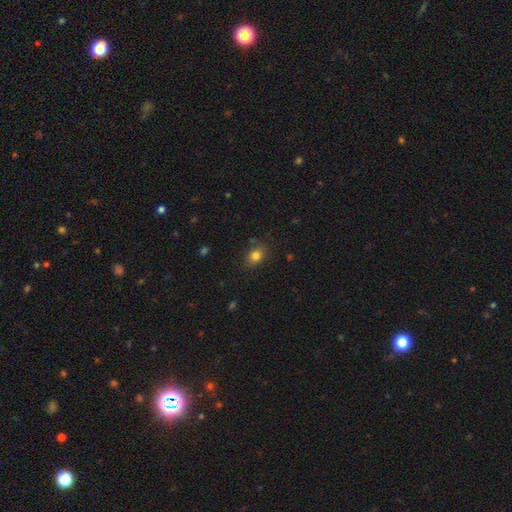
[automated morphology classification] Smooth or featured: smooth — 82% (star or artifact — 12%)
How rounded: in between — 55% (round — 44%)
Merging: none — 80% (minor disturbance — 14%)